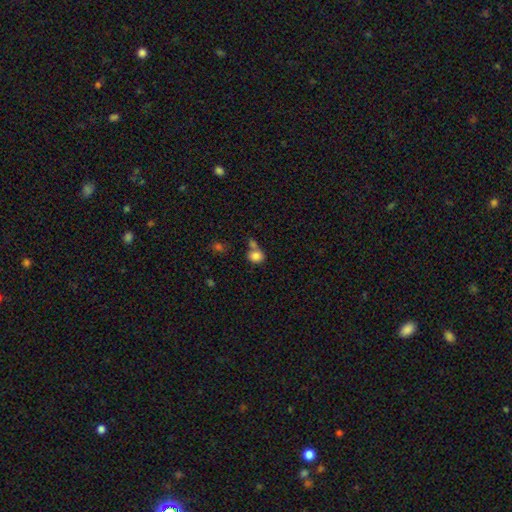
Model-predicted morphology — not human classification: Q: Smooth or featured?
A: smooth (83%); runner-up: star or artifact (10%)
Q: How rounded?
A: round (59%); runner-up: in between (40%)
Q: Merging?
A: none (46%); runner-up: merger (36%)